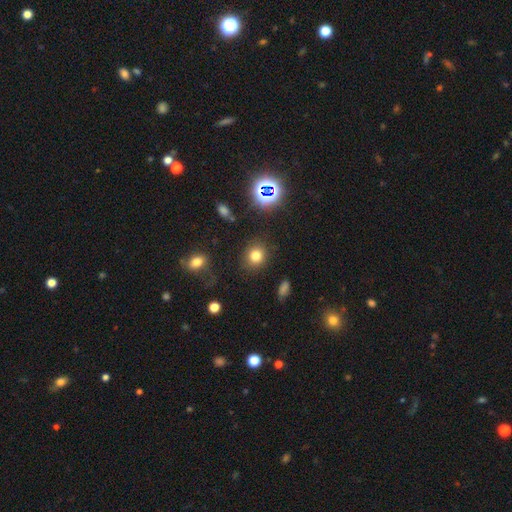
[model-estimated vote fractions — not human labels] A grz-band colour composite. It shows a smooth galaxy with no disk features (75%) that is round (74%). Merging: none (84%).